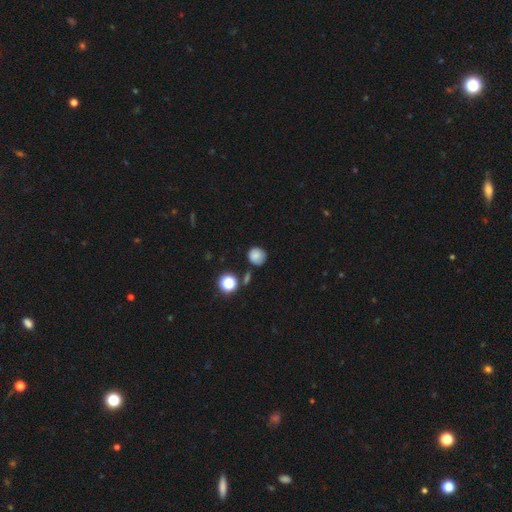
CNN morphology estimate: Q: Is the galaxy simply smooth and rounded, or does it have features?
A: smooth — 80%.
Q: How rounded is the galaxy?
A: round — 90%.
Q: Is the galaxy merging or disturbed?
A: none — 75%.